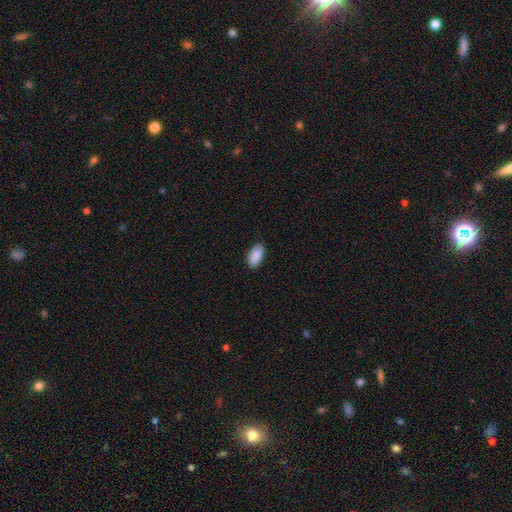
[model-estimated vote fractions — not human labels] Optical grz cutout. It shows a smooth galaxy with no disk features (90%) that is in between round and cigar-shaped (94%). Merging: none (86%).